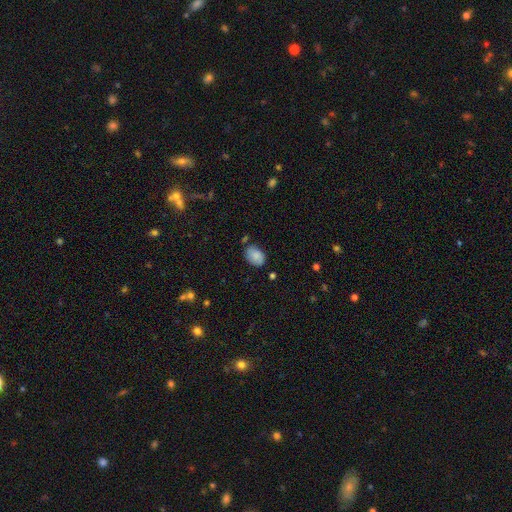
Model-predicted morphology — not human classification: smooth_or_featured: smooth (p=0.83) [alt: featured or disk p=0.09]
how_rounded: in between (p=0.79) [alt: round p=0.20]
merging: none (p=0.70) [alt: minor disturbance p=0.21]